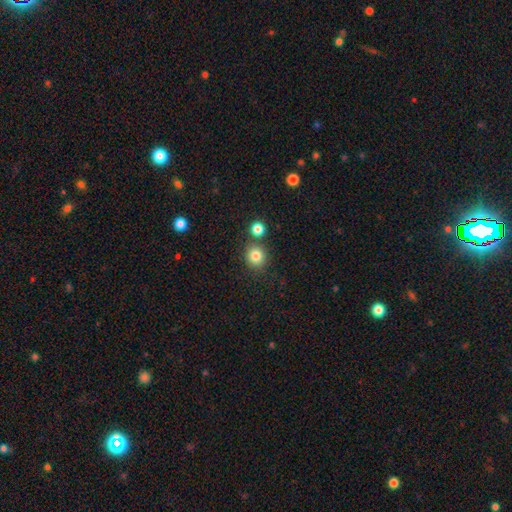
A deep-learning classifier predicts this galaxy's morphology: Smooth or featured?
  - smooth: 83% *
  - star or artifact: 12%
  - featured or disk: 6%
How rounded?
  - round: 90% *
  - in between: 9%
  - cigar-shaped: 1%
Merging?
  - none: 78% *
  - merger: 11%
  - minor disturbance: 8%
  - major disturbance: 3%